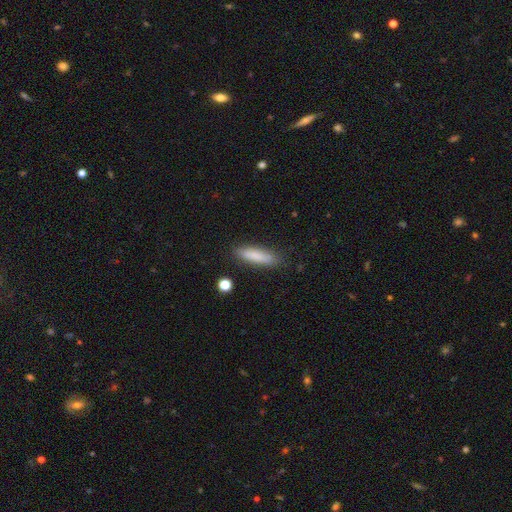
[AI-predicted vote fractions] smooth-or-featured: smooth: 83% | featured or disk: 10% | star or artifact: 7%
  how-rounded: cigar-shaped: 74% | in between: 24% | round: 2%
  merging: none: 85% | minor disturbance: 11% | major disturbance: 3% | merger: 2%